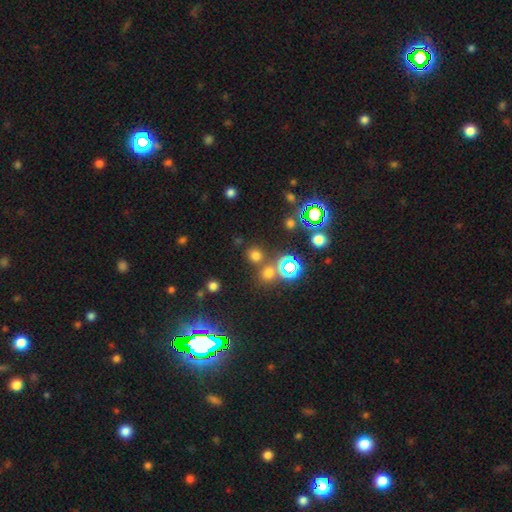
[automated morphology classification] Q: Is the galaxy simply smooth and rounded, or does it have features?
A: smooth — 64%.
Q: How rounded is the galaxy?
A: round — 88%.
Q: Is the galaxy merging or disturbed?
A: none — 75%.